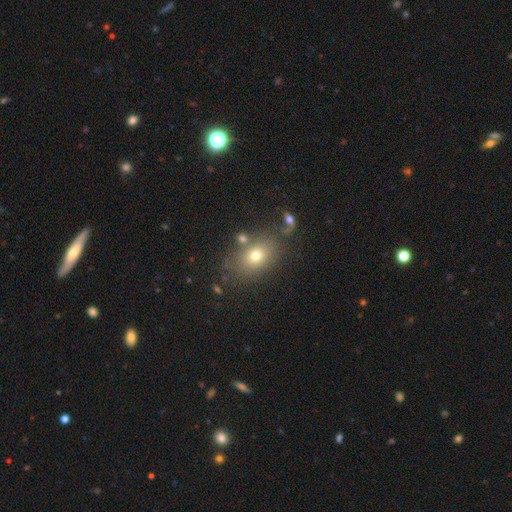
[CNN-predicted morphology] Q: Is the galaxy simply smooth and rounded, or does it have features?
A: smooth — 70%.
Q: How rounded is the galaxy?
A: in between — 71%.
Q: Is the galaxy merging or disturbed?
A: none — 74%.